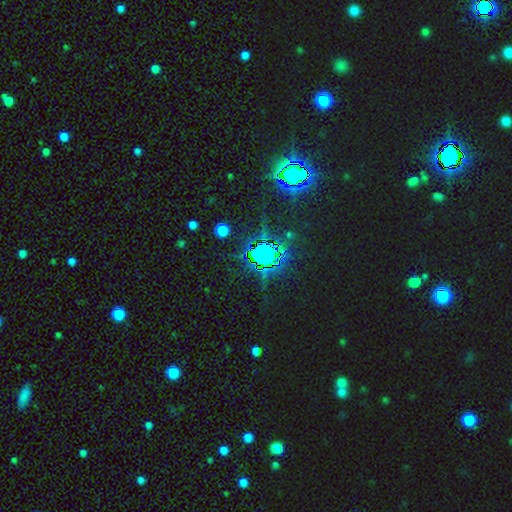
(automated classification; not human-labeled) A star or artifact, not a galaxy (79%).